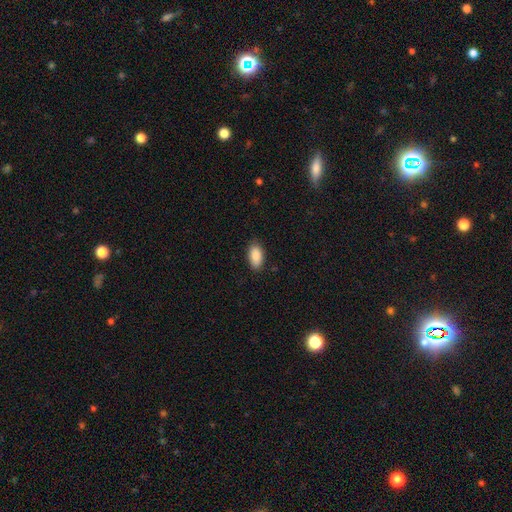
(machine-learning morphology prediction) Smooth or featured: smooth — 90% (star or artifact — 7%)
How rounded: in between — 93% (cigar-shaped — 4%)
Merging: none — 85% (minor disturbance — 11%)